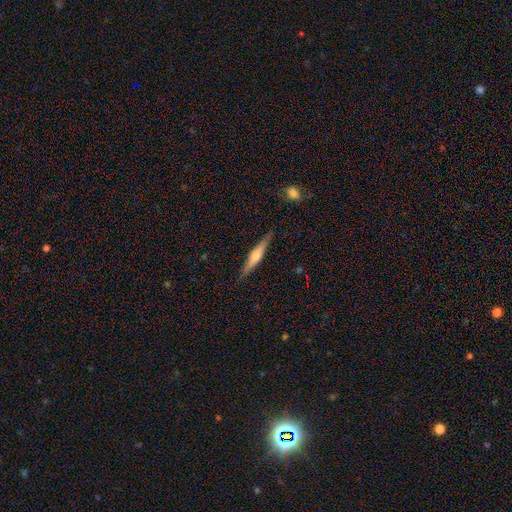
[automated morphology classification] featured or disk 61%, smooth 33%, star or artifact 6%. Down the decision tree: edge-on disk — yes (96%); edge-on bulge — rounded (81%); merging — none (88%).